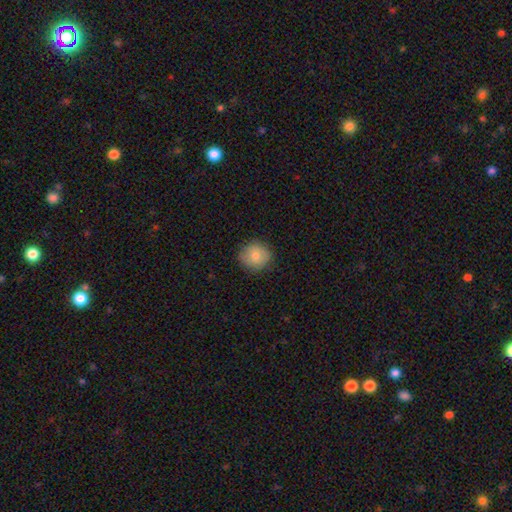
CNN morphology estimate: Smooth or featured? Predicted: smooth (p=0.80). How rounded? Predicted: round (p=0.88). Merging? Predicted: none (p=0.84).